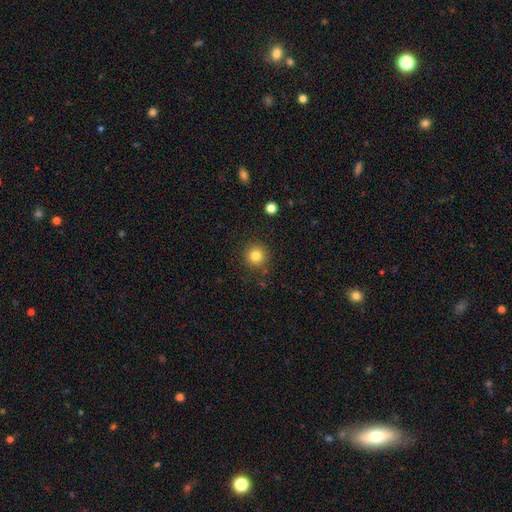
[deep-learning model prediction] Overall: smooth (82%). How rounded: round (95%). Merging: none (89%).